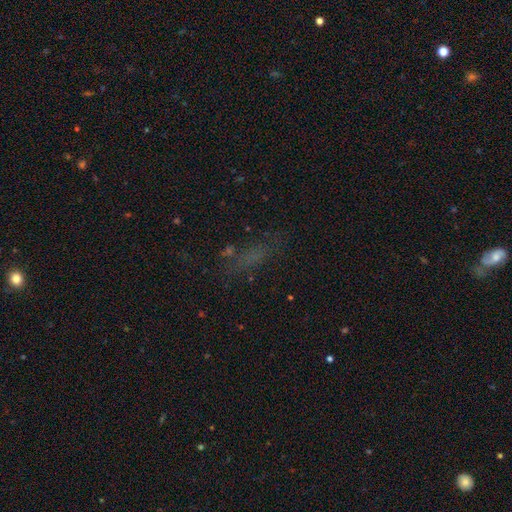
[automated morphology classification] A smooth galaxy with no disk features (43%).

Vote fractions:
- Smooth or featured? smooth: 43% / star or artifact: 35% / featured or disk: 22%
- Merging? none: 62% / minor disturbance: 18% / major disturbance: 15% / merger: 5%